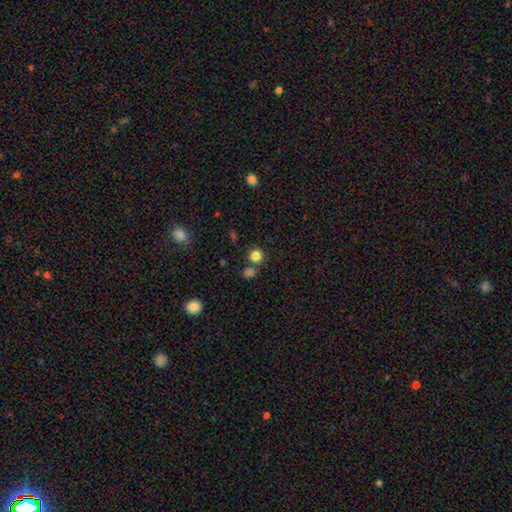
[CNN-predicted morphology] This appears to be a smooth galaxy with no disk features (82%) that is round (89%). Merging: none (72%).